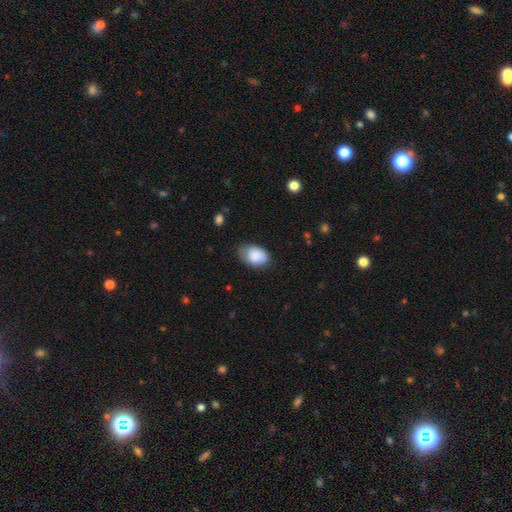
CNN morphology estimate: This is clearly a smooth galaxy (87%). How rounded: clearly in between (81%). Merging: likely none (63%).